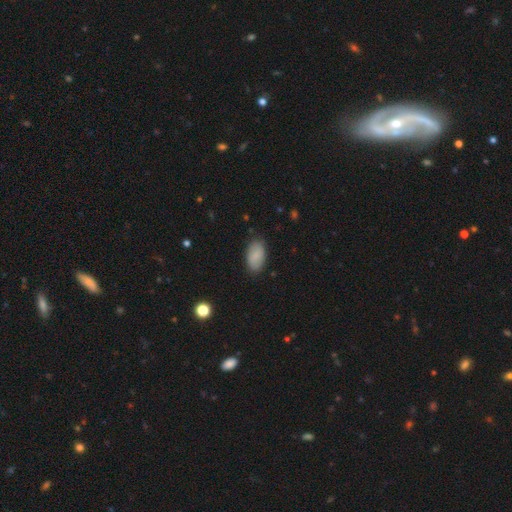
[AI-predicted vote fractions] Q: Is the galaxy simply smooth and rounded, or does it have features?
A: smooth — 85%.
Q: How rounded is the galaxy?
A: in between — 94%.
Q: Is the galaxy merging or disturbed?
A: none — 84%.